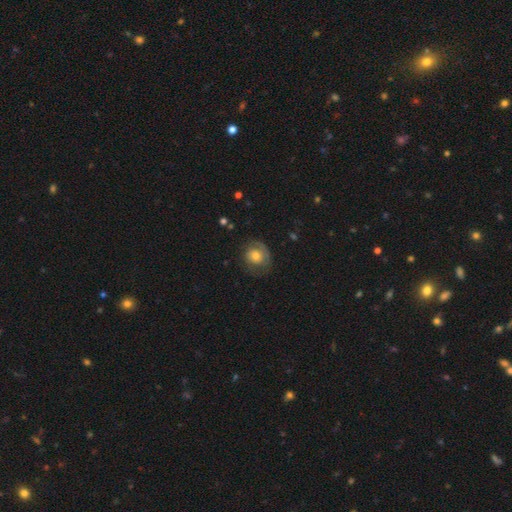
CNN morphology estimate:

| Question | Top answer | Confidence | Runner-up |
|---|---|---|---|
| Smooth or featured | smooth | 50% | featured or disk (42%) |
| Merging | none | 62% | minor disturbance (22%) |